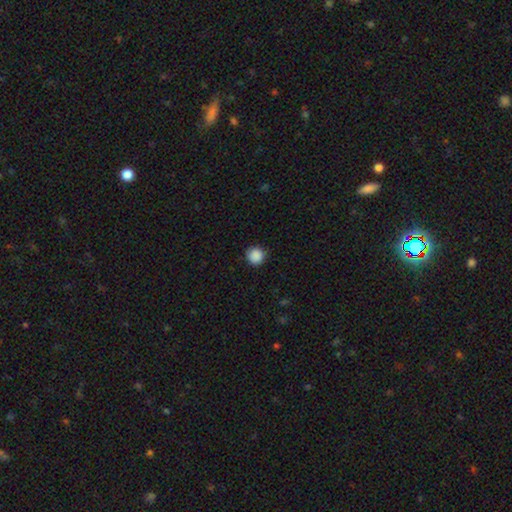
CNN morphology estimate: smooth-or-featured: smooth: 88% | star or artifact: 9% | featured or disk: 2%
  how-rounded: round: 95% | in between: 4% | cigar-shaped: 1%
  merging: none: 89% | minor disturbance: 8% | major disturbance: 2% | merger: 1%